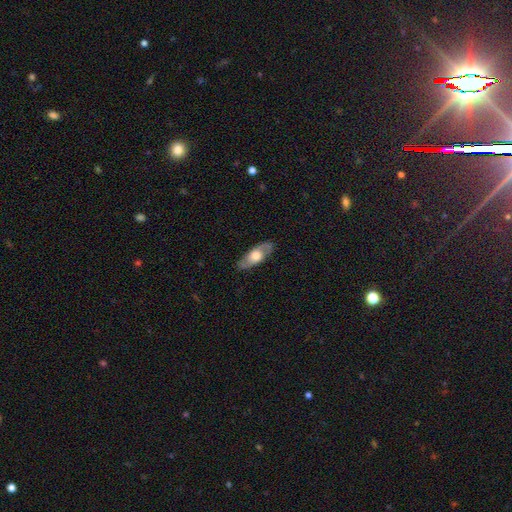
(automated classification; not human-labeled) Smooth or featured? featured or disk (57%)
Edge-on disk? no (73%)
Merging? none (84%)